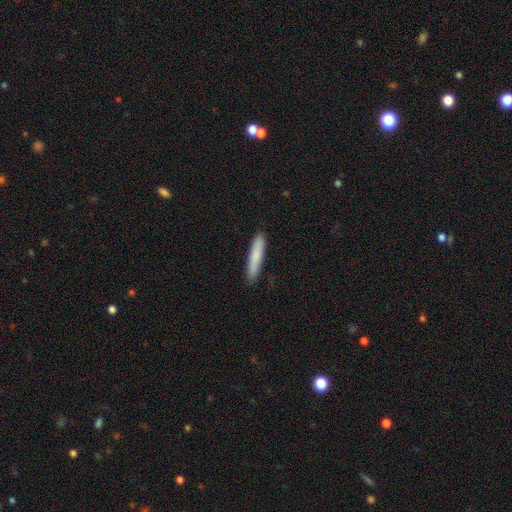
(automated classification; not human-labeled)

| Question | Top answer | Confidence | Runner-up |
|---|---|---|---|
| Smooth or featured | smooth | 81% | featured or disk (13%) |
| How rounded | cigar-shaped | 91% | in between (7%) |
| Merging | none | 89% | minor disturbance (8%) |